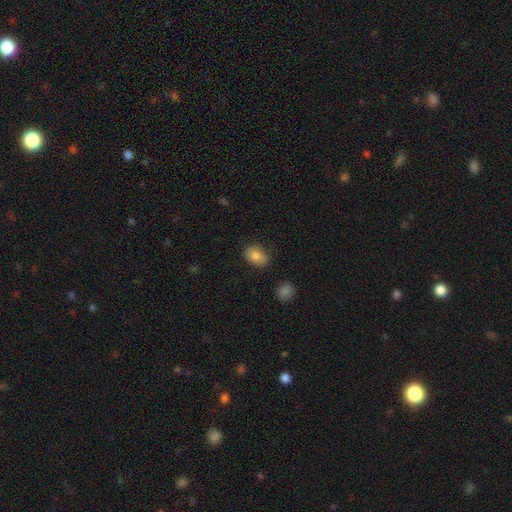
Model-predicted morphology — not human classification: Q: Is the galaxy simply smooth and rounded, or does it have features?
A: smooth — 82%.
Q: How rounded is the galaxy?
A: in between — 72%.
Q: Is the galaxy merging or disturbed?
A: none — 78%.